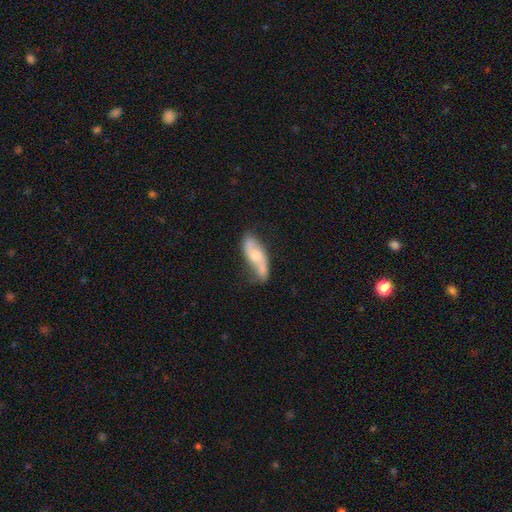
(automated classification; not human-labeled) This is likely a featured or disk galaxy (61%). It is clearly not viewed edge-on (85%). Bar: likely no (61%). Spiral arm pattern: clearly yes (87%). Central bulge: possibly moderate (58%). Merging: possibly none (60%).